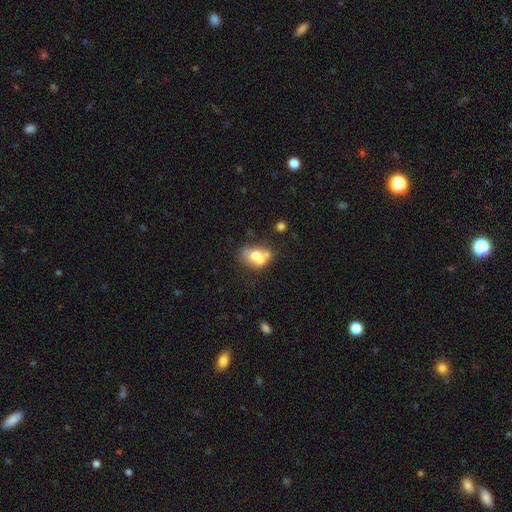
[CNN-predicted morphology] A smooth galaxy with no disk features (61%) that is in between round and cigar-shaped (67%). Merging: none (37%).